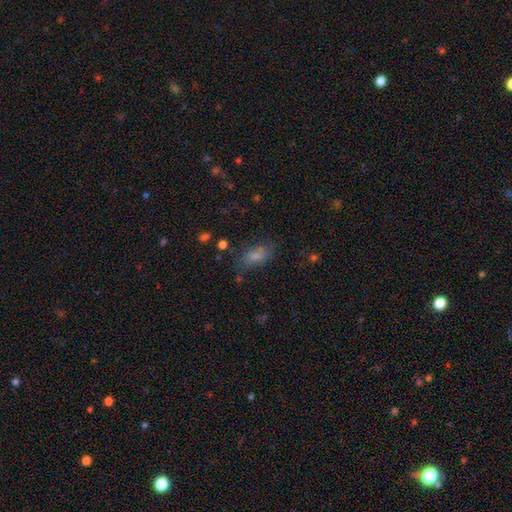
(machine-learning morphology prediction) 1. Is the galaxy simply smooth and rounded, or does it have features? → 74% smooth, 13% featured or disk, 13% star or artifact.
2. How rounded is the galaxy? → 83% in between, 11% cigar-shaped, 6% round.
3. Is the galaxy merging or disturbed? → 65% none, 20% minor disturbance, 10% major disturbance, 4% merger.